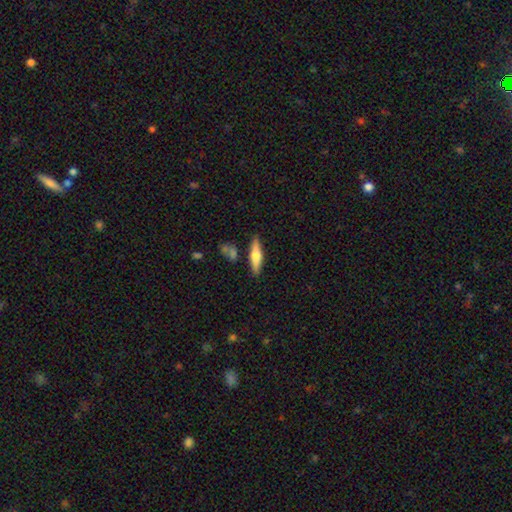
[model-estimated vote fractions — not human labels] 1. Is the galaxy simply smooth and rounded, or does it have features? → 47% featured or disk (tied), 47% smooth (tied), 6% star or artifact.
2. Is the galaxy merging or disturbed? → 83% none, 10% minor disturbance, 5% merger, 2% major disturbance.